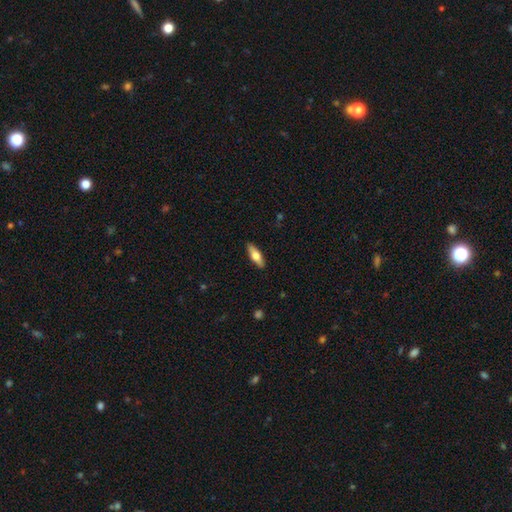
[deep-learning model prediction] The model was most divided on "how rounded": in between: 53%, cigar-shaped: 44%, round: 2%. More confident: merging — none (90%); smooth or featured — smooth (62%).